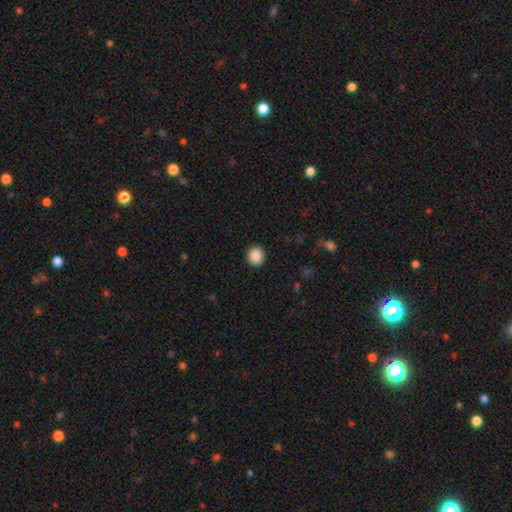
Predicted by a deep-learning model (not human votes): The model was most divided on "how rounded": round: 85%, in between: 14%, cigar-shaped: 1%. More confident: merging — none (92%); smooth or featured — smooth (88%).